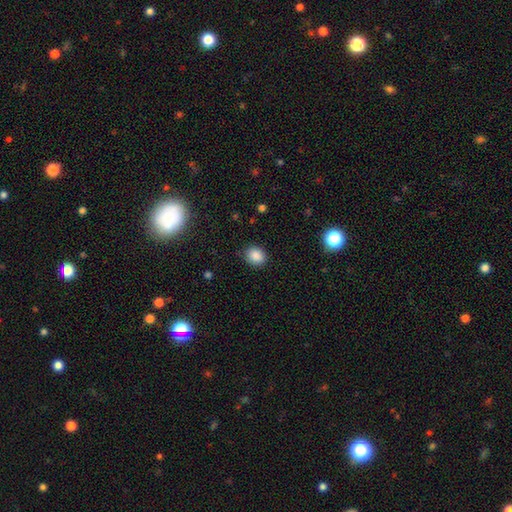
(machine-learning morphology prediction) Q: Smooth or featured?
A: smooth (87%); runner-up: star or artifact (10%)
Q: How rounded?
A: round (64%); runner-up: in between (35%)
Q: Merging?
A: none (86%); runner-up: minor disturbance (10%)